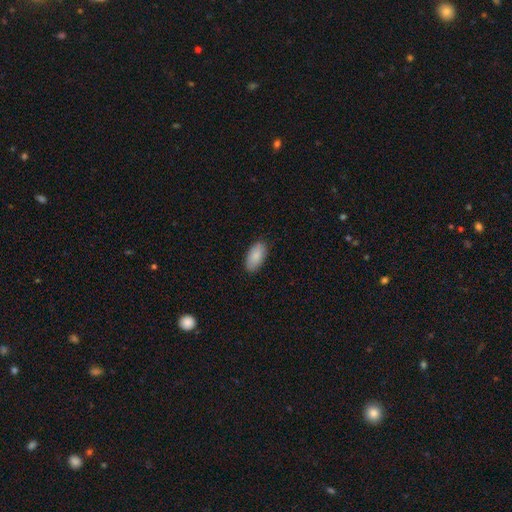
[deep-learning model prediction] Smooth or featured? smooth (88%)
How rounded? in between (93%)
Merging? none (87%)